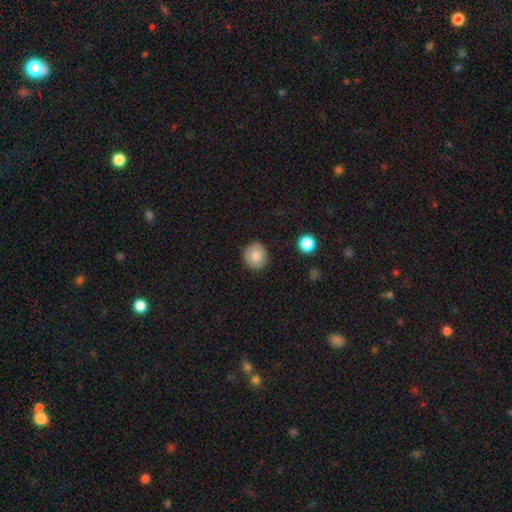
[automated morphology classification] A smooth galaxy with no disk features (83%) that is round (85%).

Vote fractions:
- Smooth or featured? smooth: 83% / star or artifact: 9% / featured or disk: 8%
- How rounded? round: 85% / in between: 14% / cigar-shaped: 1%
- Merging? none: 88% / minor disturbance: 9% / major disturbance: 2% / merger: 1%